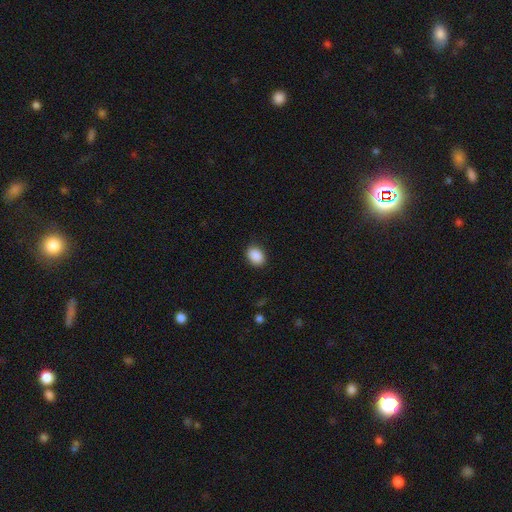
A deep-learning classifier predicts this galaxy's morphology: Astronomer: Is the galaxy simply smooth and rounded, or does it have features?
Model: smooth — 90%.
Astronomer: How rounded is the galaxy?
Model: in between — 71%.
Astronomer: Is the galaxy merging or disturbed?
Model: none — 87%.